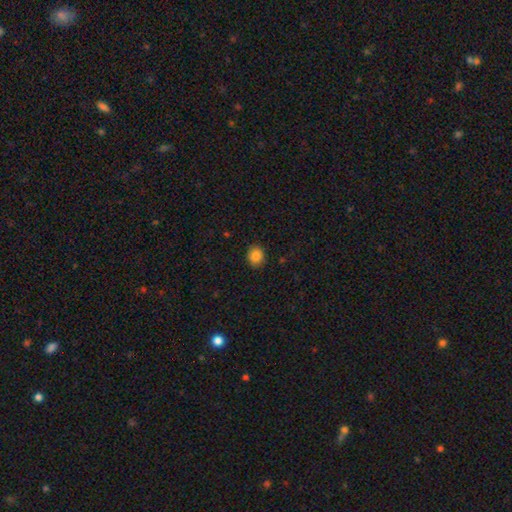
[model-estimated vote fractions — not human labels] This appears to be a smooth galaxy with no disk features (86%) that is round (75%). Merging: none (90%).